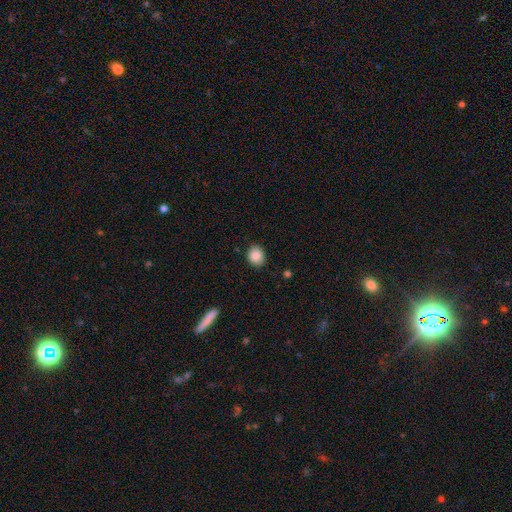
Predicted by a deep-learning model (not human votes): Overall: smooth (87%). How rounded: round (65%; in between 34%). Merging: none (84%).